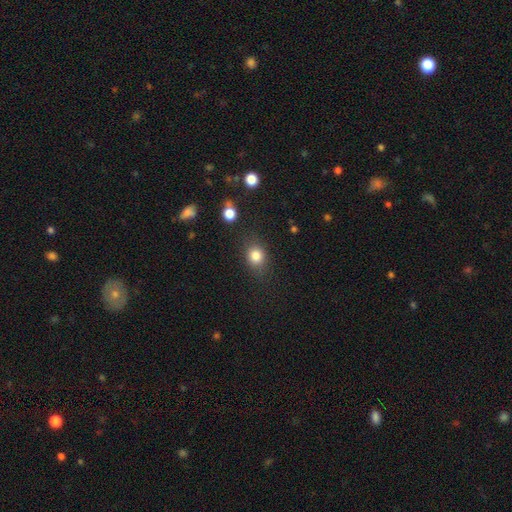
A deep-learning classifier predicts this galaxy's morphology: A smooth galaxy with no disk features (82%) that is round (60%).

Vote fractions:
- Smooth or featured? smooth: 82% / star or artifact: 11% / featured or disk: 7%
- How rounded? round: 60% / in between: 39% / cigar-shaped: 1%
- Merging? none: 78% / minor disturbance: 14% / major disturbance: 5% / merger: 3%